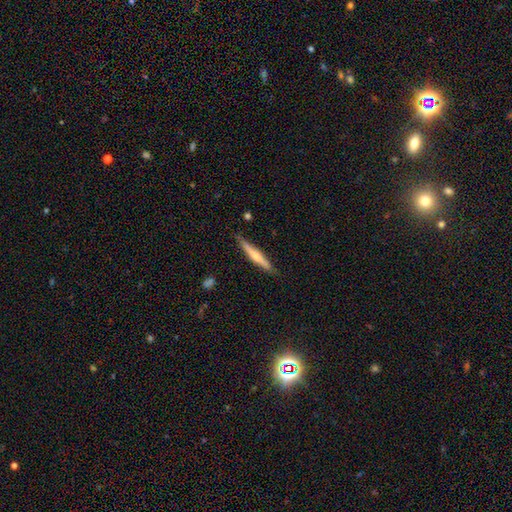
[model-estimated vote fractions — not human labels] Smooth or featured: featured or disk — 53% (smooth — 41%)
Edge-on disk: yes — 96% (no — 4%)
Edge-on bulge: rounded — 73% (none — 20%)
Merging: none — 85% (minor disturbance — 12%)